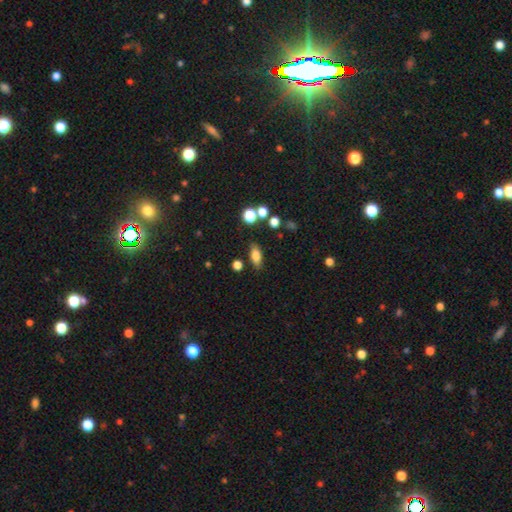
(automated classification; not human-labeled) This is likely a smooth galaxy (79%). How rounded: likely in between (79%). Merging: likely none (79%).